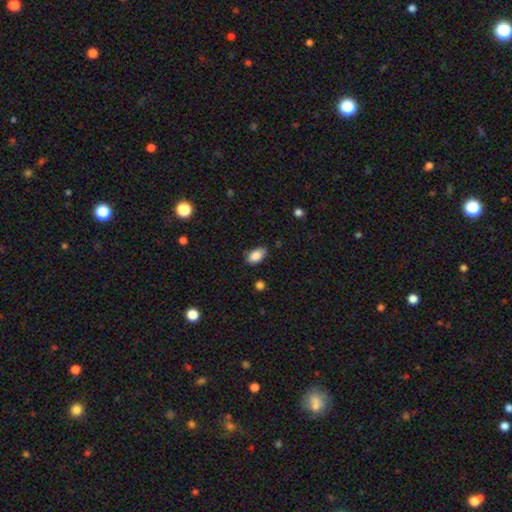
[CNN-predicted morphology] Q: Smooth or featured?
A: smooth (86%); runner-up: star or artifact (7%)
Q: How rounded?
A: in between (92%); runner-up: round (5%)
Q: Merging?
A: none (74%); runner-up: minor disturbance (21%)